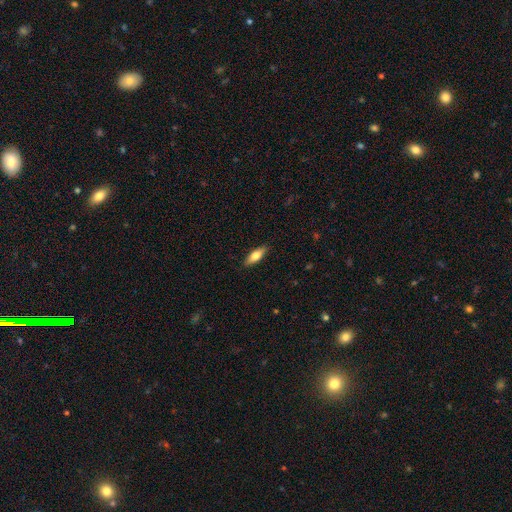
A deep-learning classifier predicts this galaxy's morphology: The model was most divided on "how rounded": in between: 61%, cigar-shaped: 37%, round: 3%. More confident: merging — none (87%); smooth or featured — smooth (67%).